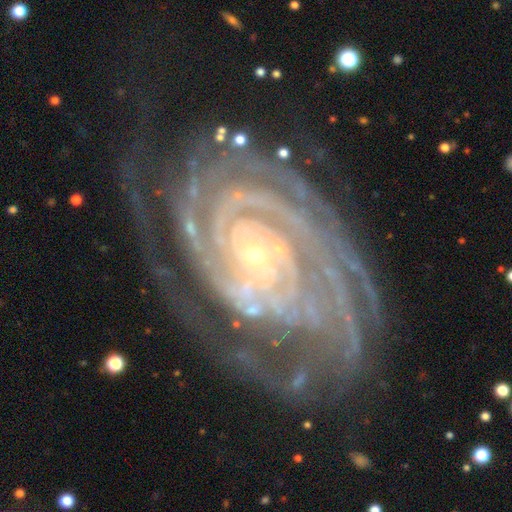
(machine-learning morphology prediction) Smooth or featured: featured or disk — 92% (star or artifact — 5%)
Edge-on disk: no — 97% (yes — 3%)
Bar: no — 67% (weak — 20%)
Spiral arms: yes — 99% (no — 1%)
Spiral winding: tight — 83% (medium — 15%)
Spiral arm count: 2 — 21% (4 — 19%)
Bulge size: small — 83% (moderate — 12%)
Merging: none — 67% (minor disturbance — 20%)